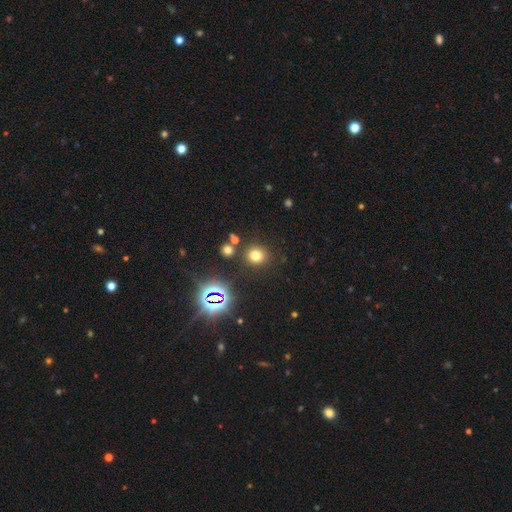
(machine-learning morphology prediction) This is likely a smooth galaxy (69%). How rounded: clearly round (87%). Merging: clearly none (83%).